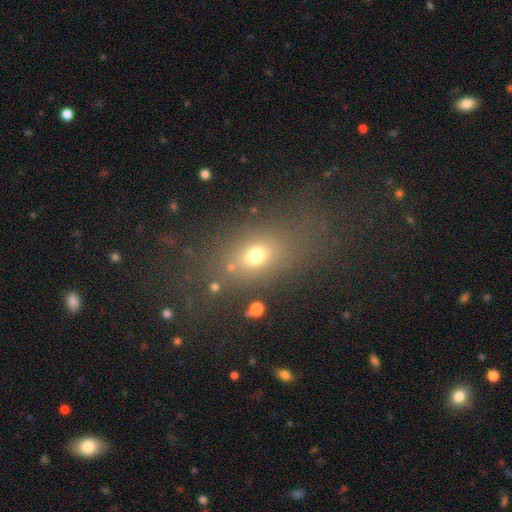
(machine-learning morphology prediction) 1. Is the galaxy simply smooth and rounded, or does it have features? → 66% smooth, 20% star or artifact, 14% featured or disk.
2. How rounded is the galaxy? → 68% in between, 25% round, 7% cigar-shaped.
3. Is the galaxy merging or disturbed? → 65% none, 15% minor disturbance, 13% major disturbance, 7% merger.